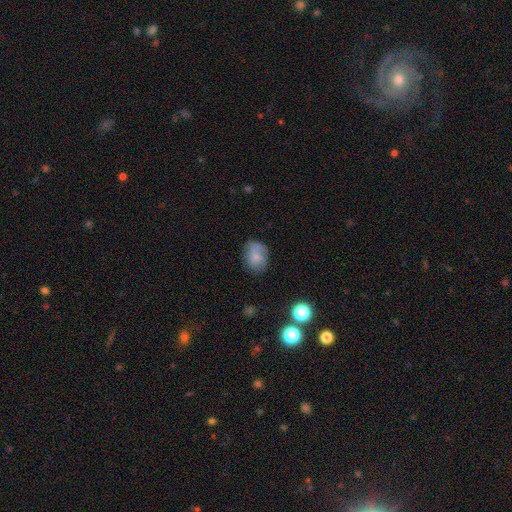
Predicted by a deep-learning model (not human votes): Smooth or featured? Predicted: smooth (p=0.69). How rounded? Predicted: in between (p=0.59). Merging? Predicted: none (p=0.60).